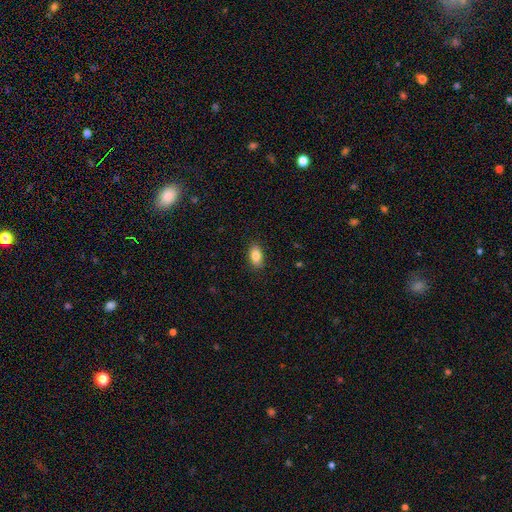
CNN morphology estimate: Overall: smooth (85%). How rounded: in between (90%). Merging: none (88%).